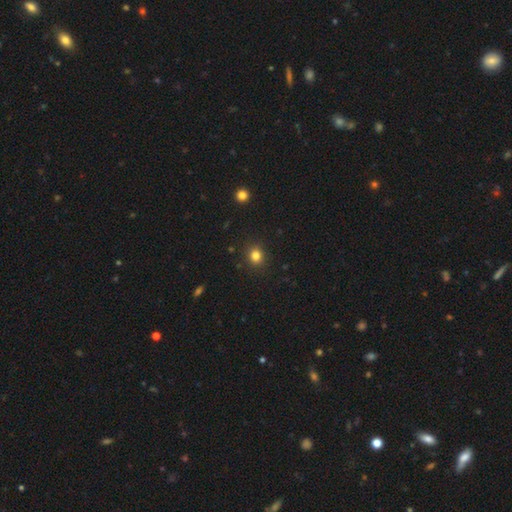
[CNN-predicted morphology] This is clearly a smooth galaxy (82%). How rounded: likely round (79%). Merging: clearly none (89%).